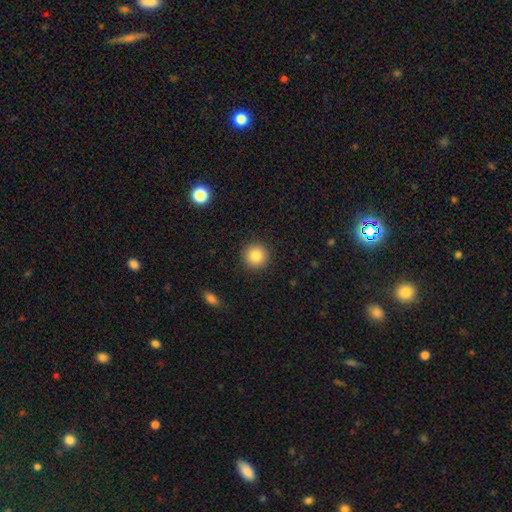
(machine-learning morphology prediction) smooth-or-featured: smooth: 84% | star or artifact: 10% | featured or disk: 7%
  how-rounded: round: 95% | in between: 5% | cigar-shaped: 1%
  merging: none: 91% | minor disturbance: 6% | major disturbance: 2% | merger: 1%